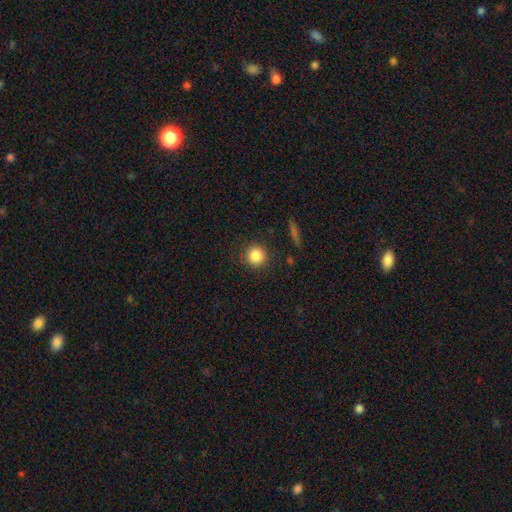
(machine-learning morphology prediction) Smooth or featured? Predicted: smooth (p=0.85). How rounded? Predicted: round (p=0.93). Merging? Predicted: none (p=0.88).